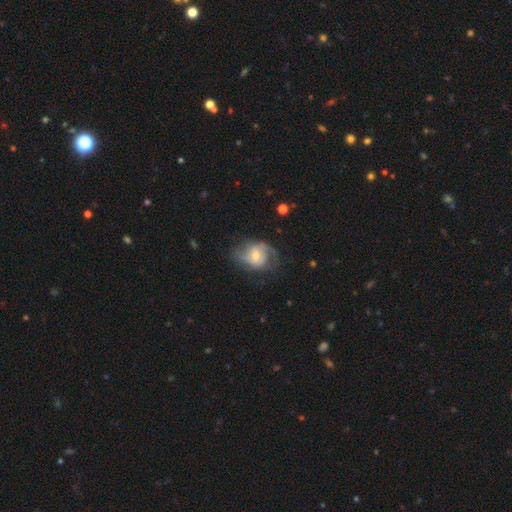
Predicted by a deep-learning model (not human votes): This is likely a featured or disk galaxy (65%). It is clearly not viewed edge-on (96%). Bar: possibly no (51%). Spiral arm pattern: clearly yes (84%). Spiral arm count: likely 2 (64%). Spiral winding: marginally medium (44%). Central bulge: possibly moderate (51%). Merging: possibly none (53%).